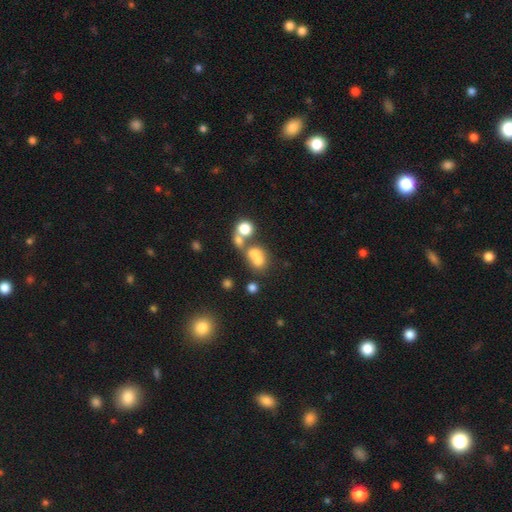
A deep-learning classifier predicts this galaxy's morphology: Smooth or featured? Predicted: smooth (p=0.61). How rounded? Predicted: in between (p=0.50). Merging? Predicted: merger (p=0.47).